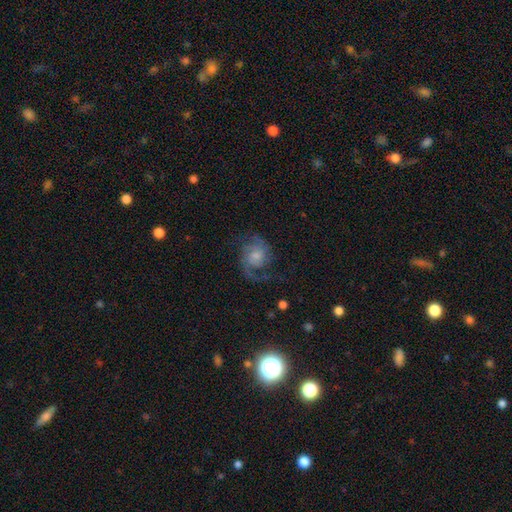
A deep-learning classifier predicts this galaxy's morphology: A featured or disk galaxy (82%) with no bar (66%), 2 (78%) medium (49%) spiral arms (96%) and a small central bulge (43%).

Vote fractions:
- Smooth or featured? featured or disk: 82% / smooth: 12% / star or artifact: 6%
- Edge-on disk? no: 98% / yes: 2%
- Bar? no: 66% / weak: 30% / strong: 4%
- Spiral arms? yes: 96% / no: 4%
- Spiral winding? medium: 49% / loose: 31% / tight: 20%
- Spiral arm count? 2: 78% / 1: 8% / can't tell: 6% / 3: 5% / 4: 2% / more than 4: 2%
- Bulge size? small: 43% / moderate: 35% / none: 12% / large: 8% / dominant: 2%
- Merging? none: 64% / minor disturbance: 17% / major disturbance: 17% / merger: 2%